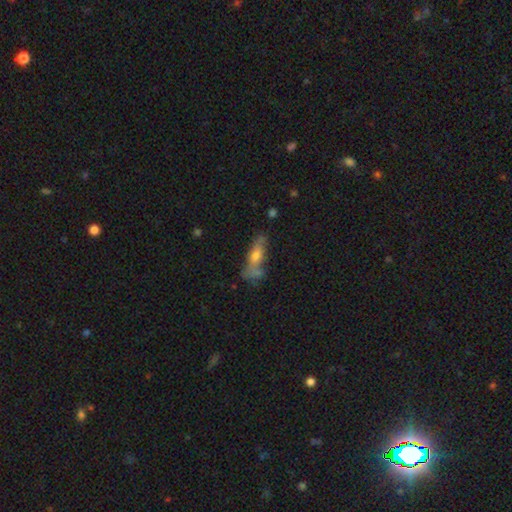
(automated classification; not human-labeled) smooth_or_featured: smooth (p=0.53) [alt: featured or disk p=0.39]
how_rounded: cigar-shaped (p=0.54) [alt: in between p=0.42]
merging: none (p=0.49) [alt: minor disturbance p=0.22]